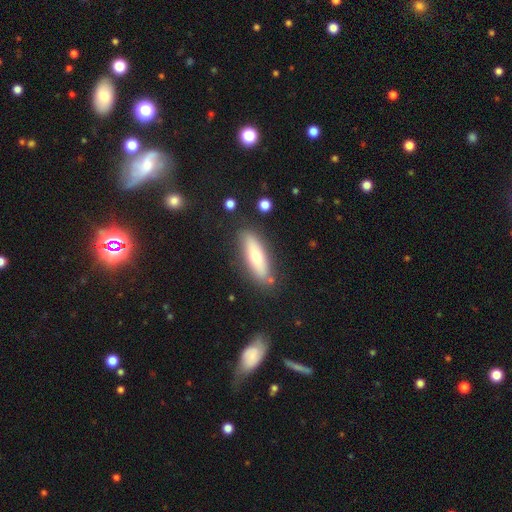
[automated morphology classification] Smooth or featured?
  - smooth: 58% *
  - featured or disk: 35%
  - star or artifact: 6%
How rounded?
  - cigar-shaped: 51% *
  - in between: 46%
  - round: 2%
Merging?
  - none: 81% *
  - minor disturbance: 12%
  - merger: 3%
  - major disturbance: 3%